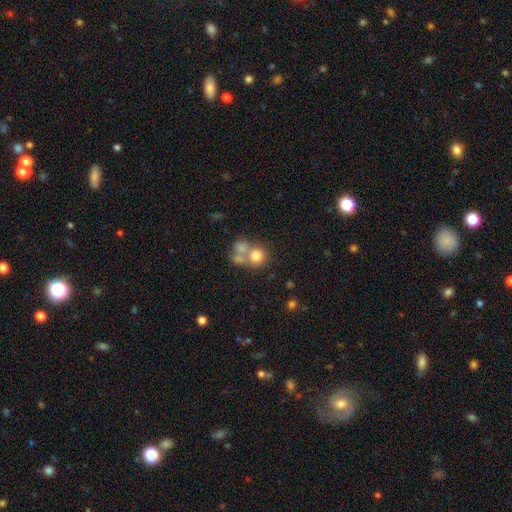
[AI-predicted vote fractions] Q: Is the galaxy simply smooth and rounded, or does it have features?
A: smooth — 71%.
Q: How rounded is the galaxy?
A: round — 84%.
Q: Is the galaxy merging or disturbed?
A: merger — 46%.